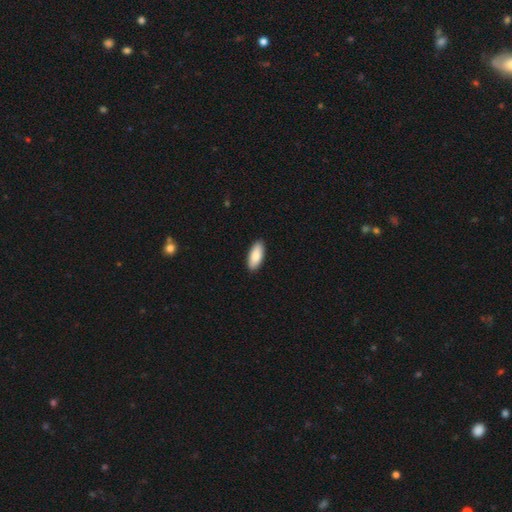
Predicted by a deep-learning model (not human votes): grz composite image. It shows a smooth galaxy with no disk features (86%) that is in between round and cigar-shaped (83%). Merging: none (90%).